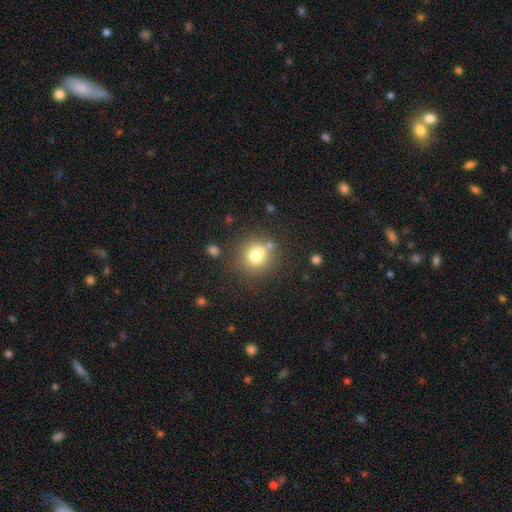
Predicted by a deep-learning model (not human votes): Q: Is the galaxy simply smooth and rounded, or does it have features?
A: smooth — 73%.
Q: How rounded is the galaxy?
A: round — 90%.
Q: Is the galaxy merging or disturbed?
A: none — 67%.